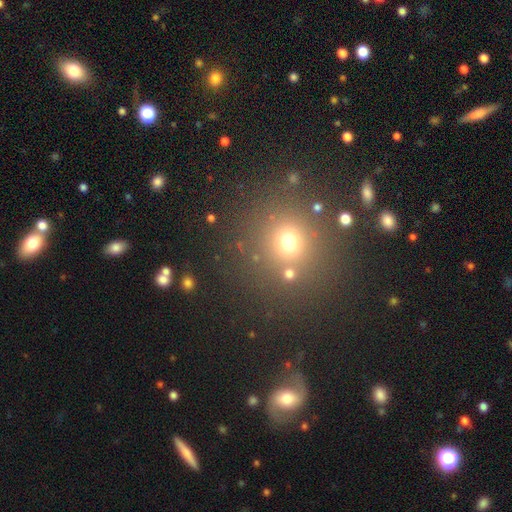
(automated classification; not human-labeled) The model was most divided on "smooth or featured": smooth: 60%, star or artifact: 30%, featured or disk: 11%. More confident: how rounded — round (91%); merging — none (79%).